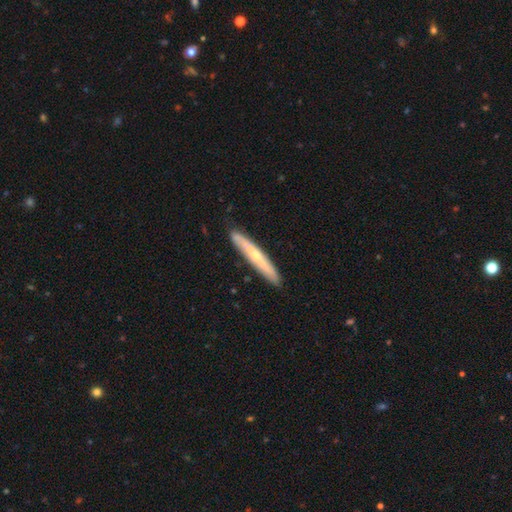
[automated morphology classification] type=featured or disk (51%); edge-on=yes (86%); merging=none (87%).